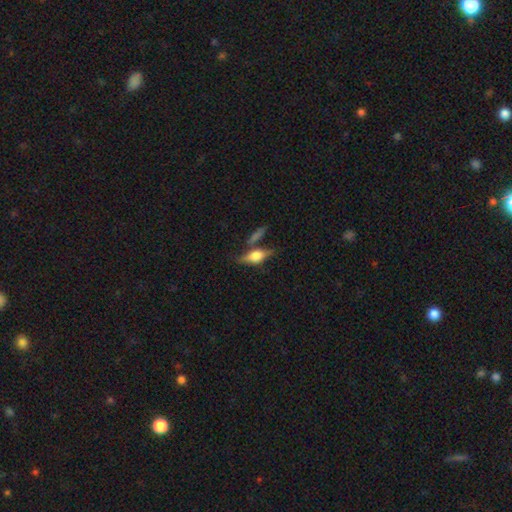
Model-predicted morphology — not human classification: Smooth or featured? featured or disk (49%)
Merging? none (62%)